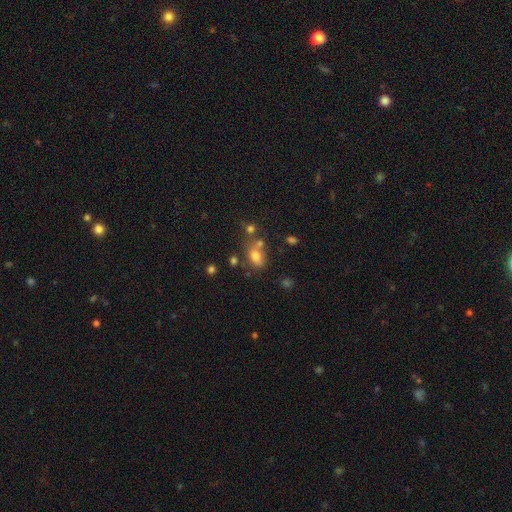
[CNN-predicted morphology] type=smooth (74%); roundness=in between (73%); merging=none (49%).